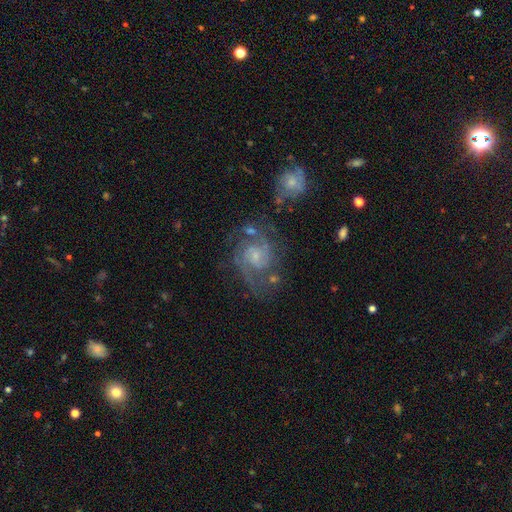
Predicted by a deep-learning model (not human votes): Smooth or featured? Predicted: featured or disk (p=0.86). Edge-on disk? Predicted: no (p=0.98). Bar? Predicted: no (p=0.56). Spiral arms? Predicted: yes (p=0.96). Spiral winding? Predicted: medium (p=0.49). Spiral arm count? Predicted: 2 (p=0.66). Bulge size? Predicted: small (p=0.67). Merging? Predicted: none (p=0.59).